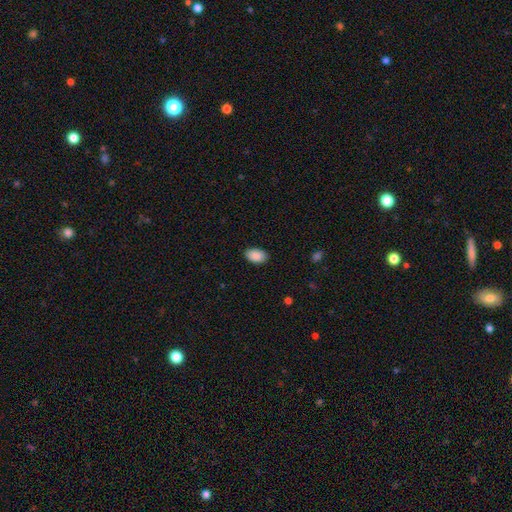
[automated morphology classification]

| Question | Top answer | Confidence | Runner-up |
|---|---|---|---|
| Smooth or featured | smooth | 90% | star or artifact (7%) |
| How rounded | in between | 92% | round (7%) |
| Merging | none | 88% | minor disturbance (9%) |